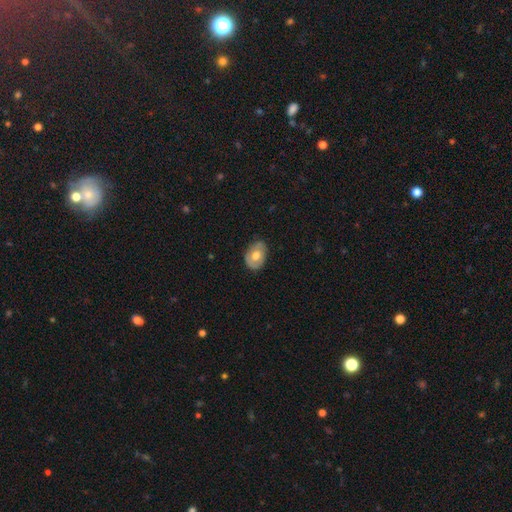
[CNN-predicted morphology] smooth 57%, featured or disk 36%, star or artifact 7%. Down the decision tree: how rounded — in between (76%); merging — none (73%).